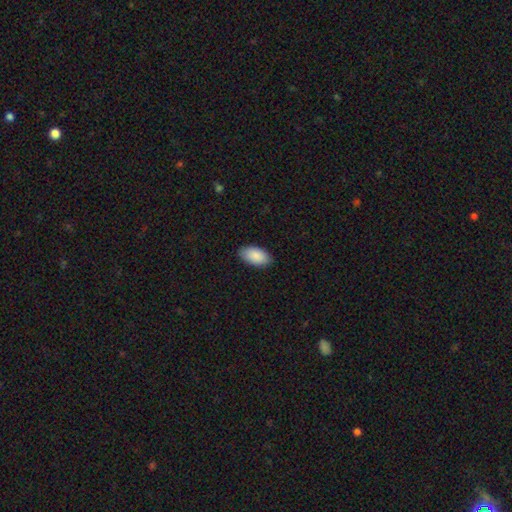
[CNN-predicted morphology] The model was most divided on "merging": none: 88%, minor disturbance: 9%, major disturbance: 2%, merger: 1%. More confident: how rounded — in between (96%); smooth or featured — smooth (90%).